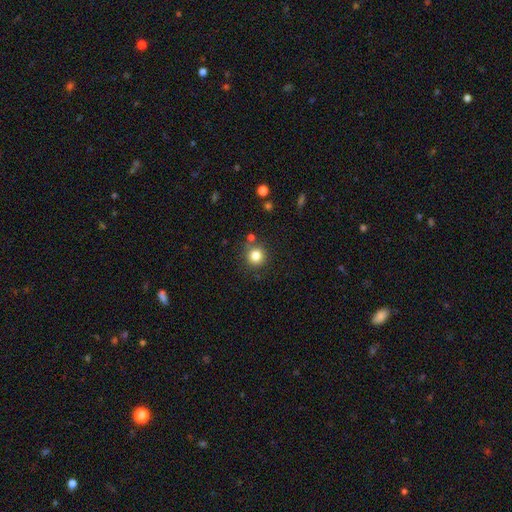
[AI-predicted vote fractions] This is clearly a smooth galaxy (82%). How rounded: clearly round (93%). Merging: likely none (80%).